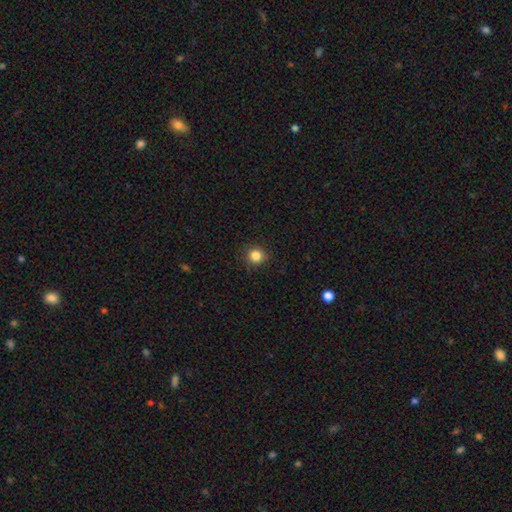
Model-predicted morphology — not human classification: A smooth galaxy with no disk features (84%) that is round (91%). Merging: none (86%).